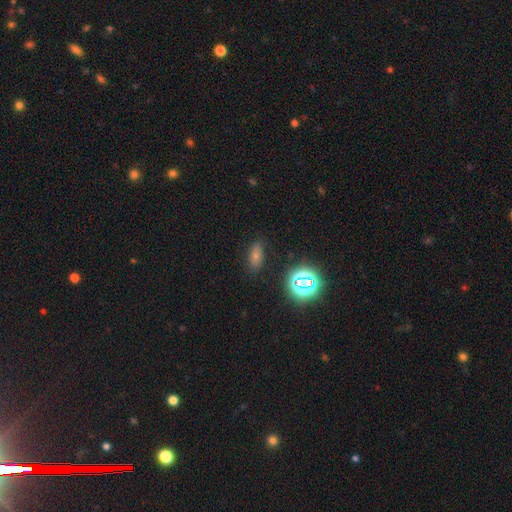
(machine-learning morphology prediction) smooth 52%, star or artifact 34%, featured or disk 14%. Down the decision tree: how rounded — in between (74%); merging — none (82%).